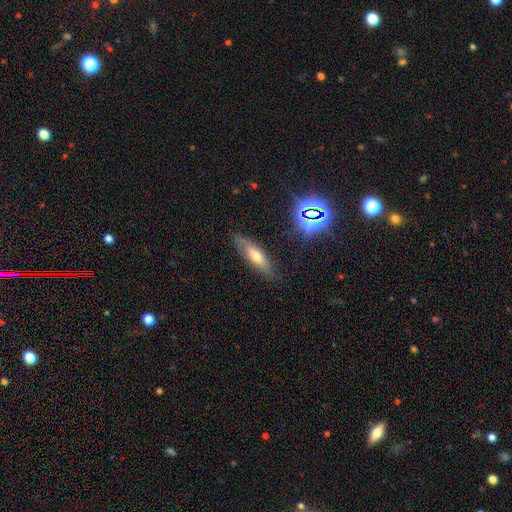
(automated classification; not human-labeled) Smooth or featured? Predicted: smooth (p=0.57). How rounded? Predicted: cigar-shaped (p=0.61). Merging? Predicted: none (p=0.82).